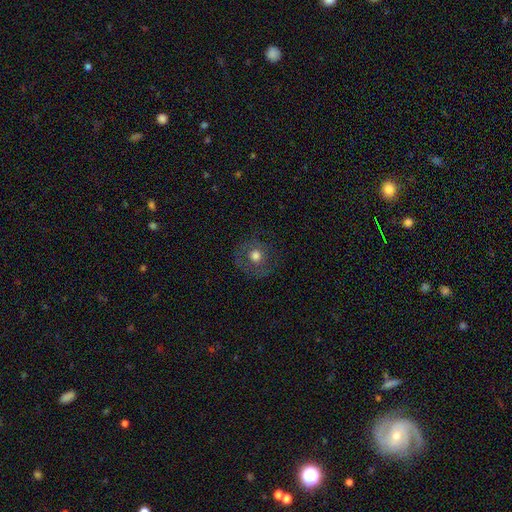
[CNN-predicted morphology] smooth_or_featured: smooth (p=0.63) [alt: featured or disk p=0.26]
how_rounded: round (p=0.92) [alt: in between p=0.07]
merging: none (p=0.79) [alt: minor disturbance p=0.13]